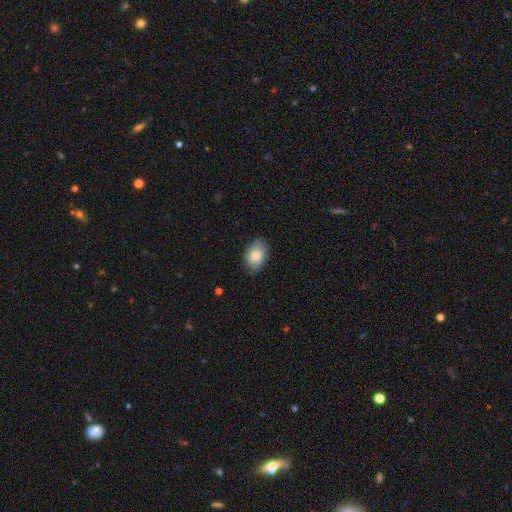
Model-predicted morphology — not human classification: type=smooth (77%); roundness=in between (85%); merging=none (75%).